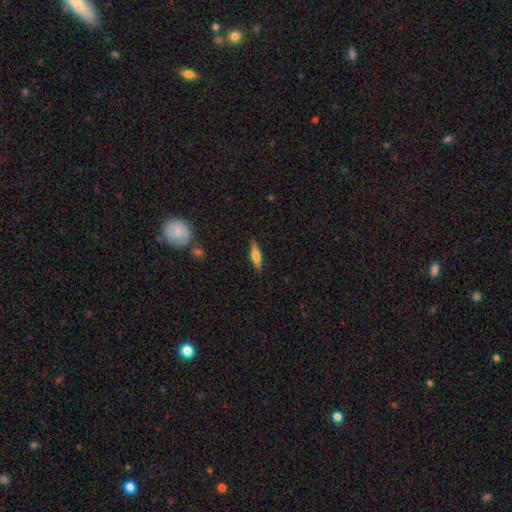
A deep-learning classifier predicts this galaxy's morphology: A featured or disk galaxy (50%) viewed edge-on (94%).

Vote fractions:
- Smooth or featured? featured or disk: 50% / smooth: 43% / star or artifact: 7%
- Edge-on disk? yes: 94% / no: 6%
- Merging? none: 87% / minor disturbance: 9% / major disturbance: 2% / merger: 2%